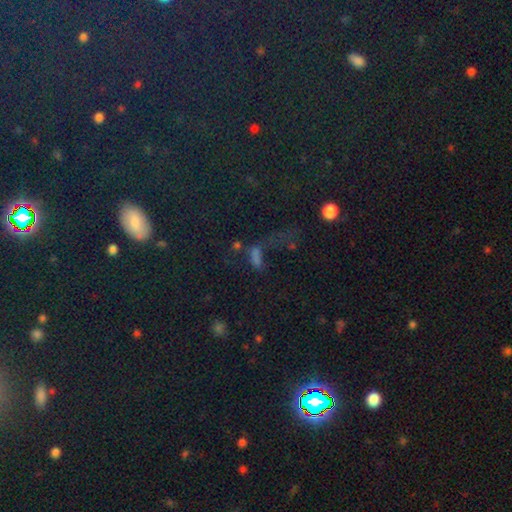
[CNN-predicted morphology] Smooth or featured? Predicted: smooth (p=0.43, tied with star or artifact). Merging? Predicted: none (p=0.37).